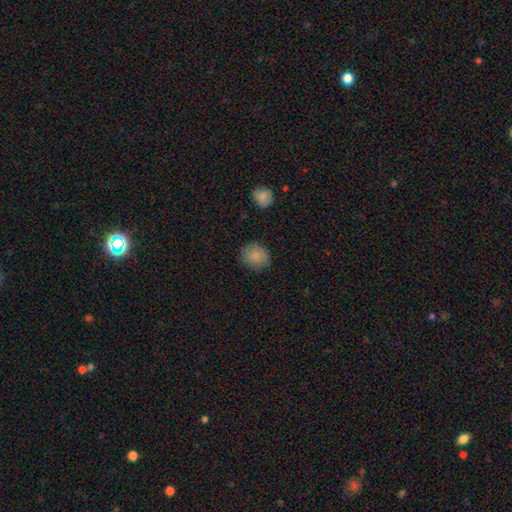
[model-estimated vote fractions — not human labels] Smooth or featured?
  - smooth: 83% *
  - featured or disk: 9%
  - star or artifact: 8%
How rounded?
  - round: 77% *
  - in between: 22%
  - cigar-shaped: 1%
Merging?
  - none: 83% *
  - minor disturbance: 13%
  - major disturbance: 3%
  - merger: 1%